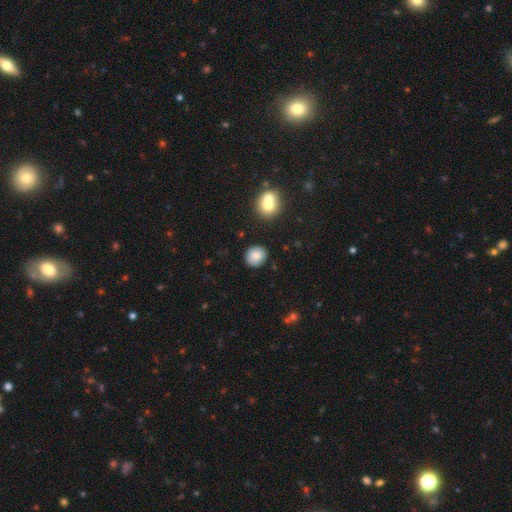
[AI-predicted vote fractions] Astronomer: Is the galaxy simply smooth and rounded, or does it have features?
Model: smooth — 83%.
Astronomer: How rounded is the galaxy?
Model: round — 80%.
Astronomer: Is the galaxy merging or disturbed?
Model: none — 86%.